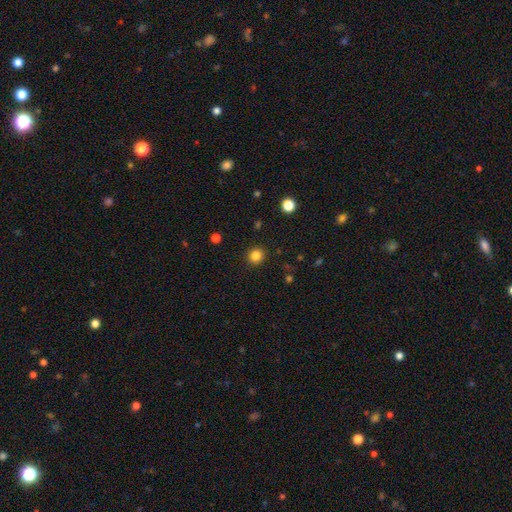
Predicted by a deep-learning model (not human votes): Smooth or featured?
  - smooth: 83% *
  - star or artifact: 12%
  - featured or disk: 4%
How rounded?
  - round: 91% *
  - in between: 8%
  - cigar-shaped: 1%
Merging?
  - none: 91% *
  - minor disturbance: 6%
  - major disturbance: 2%
  - merger: 1%